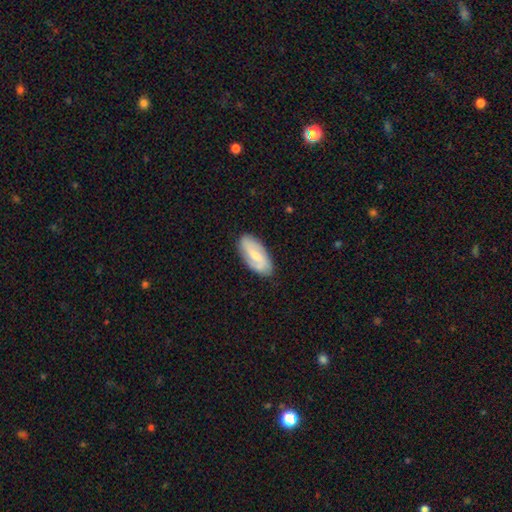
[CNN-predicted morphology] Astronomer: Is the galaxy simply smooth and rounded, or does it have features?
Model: featured or disk — 57% (runner-up: smooth, 37%).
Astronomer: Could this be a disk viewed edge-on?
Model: no — 93%.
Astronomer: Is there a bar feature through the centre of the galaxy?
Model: weak — 51% (runner-up: no, 29%).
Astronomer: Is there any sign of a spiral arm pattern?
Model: yes — 85%.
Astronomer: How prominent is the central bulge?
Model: small — 52% (runner-up: moderate, 37%).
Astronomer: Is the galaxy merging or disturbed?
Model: none — 83%.